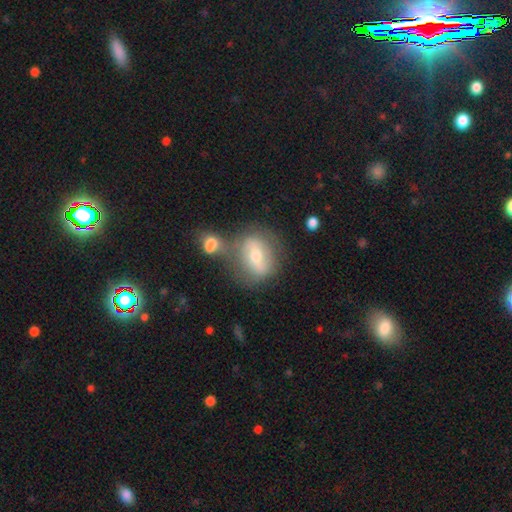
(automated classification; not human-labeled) smooth-or-featured: featured or disk: 46% | smooth: 45% | star or artifact: 8%
  merging: none: 51% | merger: 27% | minor disturbance: 15% | major disturbance: 8%